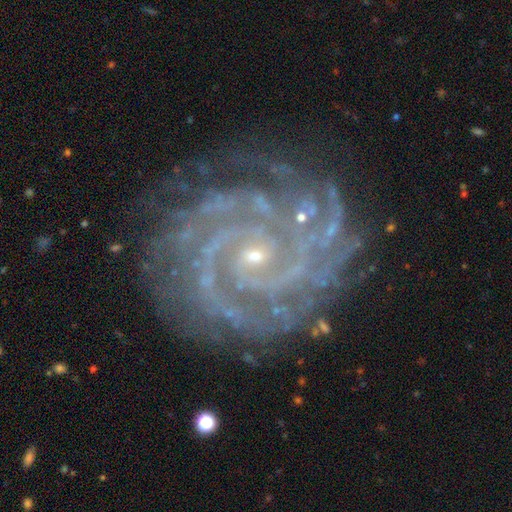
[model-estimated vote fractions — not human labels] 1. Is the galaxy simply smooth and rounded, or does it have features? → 91% featured or disk, 6% star or artifact, 3% smooth.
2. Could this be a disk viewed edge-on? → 98% no, 2% yes.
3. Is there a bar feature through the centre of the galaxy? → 66% no, 21% weak, 13% strong.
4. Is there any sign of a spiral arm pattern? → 99% yes, 1% no.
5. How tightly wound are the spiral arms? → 85% tight, 13% medium, 2% loose.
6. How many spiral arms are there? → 27% 2, 18% 3, 18% 4, 16% more than 4, 13% can't tell, 8% 1.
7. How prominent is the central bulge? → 85% small, 11% moderate, 2% none, 1% large, 1% dominant.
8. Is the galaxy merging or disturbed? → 80% none, 14% minor disturbance, 4% major disturbance, 2% merger.